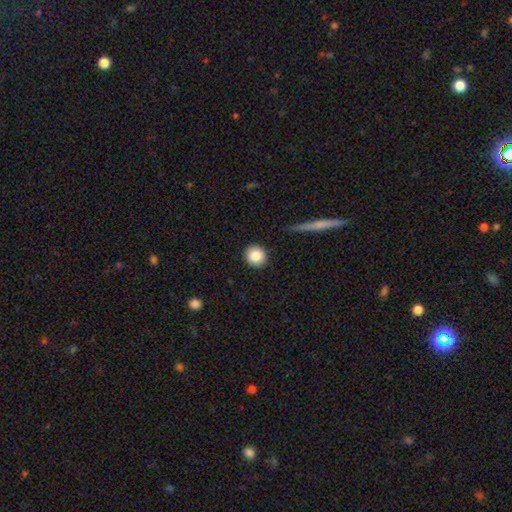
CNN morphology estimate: Q: Smooth or featured?
A: smooth (85%); runner-up: star or artifact (8%)
Q: How rounded?
A: round (94%); runner-up: in between (5%)
Q: Merging?
A: none (91%); runner-up: minor disturbance (6%)